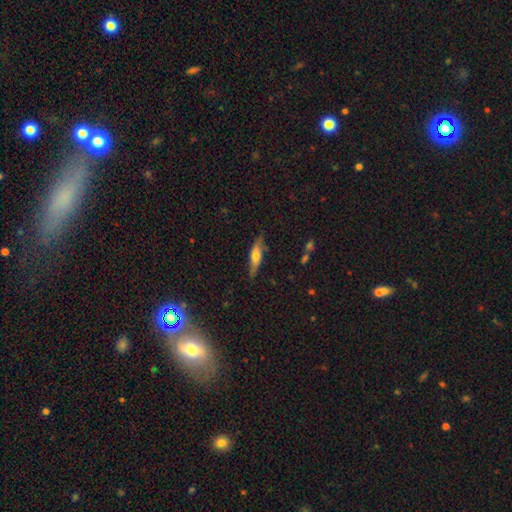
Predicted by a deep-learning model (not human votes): smooth 51%, featured or disk 43%, star or artifact 6%. Down the decision tree: how rounded — cigar-shaped (67%); merging — none (77%).